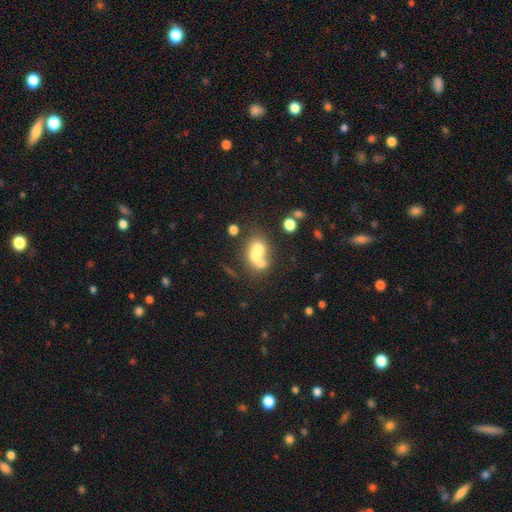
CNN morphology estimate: Smooth or featured: smooth — 56% (featured or disk — 30%)
How rounded: round — 61% (in between — 37%)
Merging: merger — 61% (none — 26%)